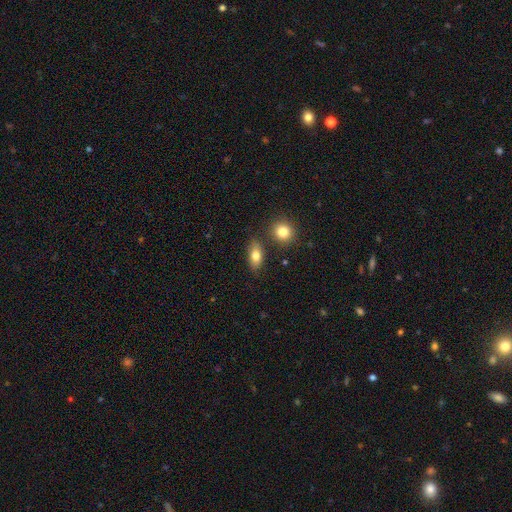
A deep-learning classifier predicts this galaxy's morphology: A smooth galaxy with no disk features (79%) that is in between round and cigar-shaped (83%).

Vote fractions:
- Smooth or featured? smooth: 79% / featured or disk: 13% / star or artifact: 8%
- How rounded? in between: 83% / round: 9% / cigar-shaped: 8%
- Merging? none: 78% / minor disturbance: 12% / merger: 7% / major disturbance: 3%